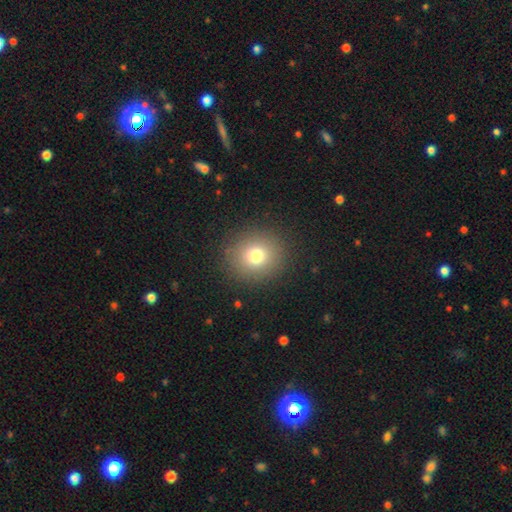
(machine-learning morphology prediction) Smooth or featured? smooth (76%)
How rounded? round (89%)
Merging? none (89%)